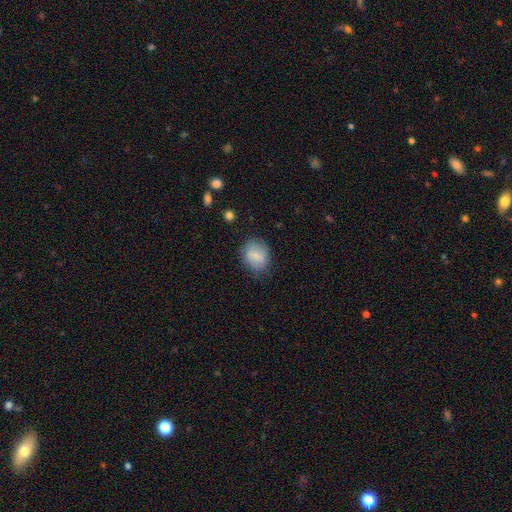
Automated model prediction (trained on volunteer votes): smooth-or-featured: smooth: 77% | featured or disk: 15% | star or artifact: 8%
  how-rounded: round: 52% | in between: 47% | cigar-shaped: 1%
  merging: none: 73% | minor disturbance: 19% | major disturbance: 6% | merger: 2%